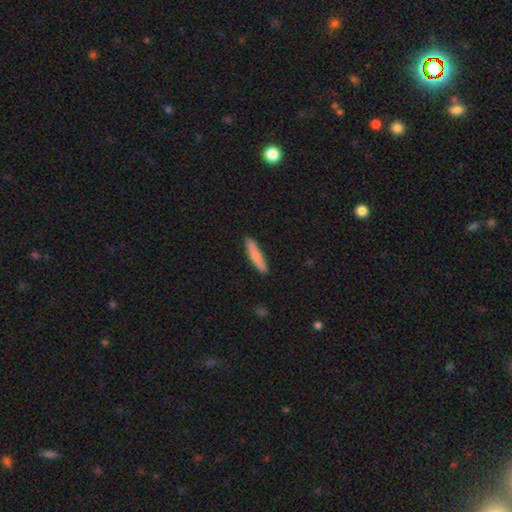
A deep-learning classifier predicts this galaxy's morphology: A smooth galaxy with no disk features (80%) that is cigar-shaped (87%). Merging: none (87%).